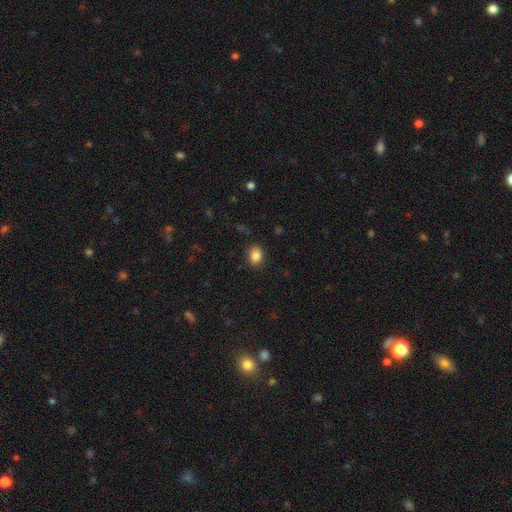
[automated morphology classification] smooth-or-featured: smooth: 85% | star or artifact: 10% | featured or disk: 5%
  how-rounded: in between: 58% | round: 41% | cigar-shaped: 1%
  merging: none: 86% | minor disturbance: 10% | major disturbance: 3% | merger: 1%